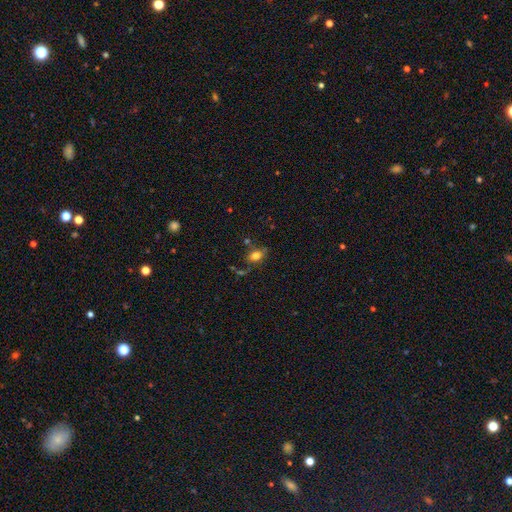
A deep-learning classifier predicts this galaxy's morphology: Q: Smooth or featured?
A: smooth (70%); runner-up: featured or disk (16%)
Q: How rounded?
A: in between (75%); runner-up: round (20%)
Q: Merging?
A: none (61%); runner-up: minor disturbance (21%)